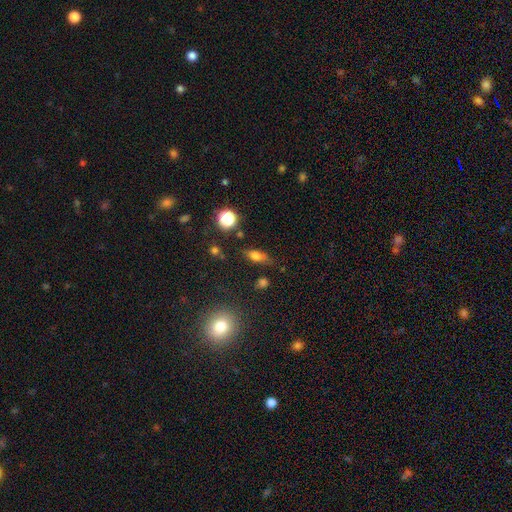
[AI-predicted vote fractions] Smooth or featured? smooth (70%)
How rounded? in between (71%)
Merging? none (71%)